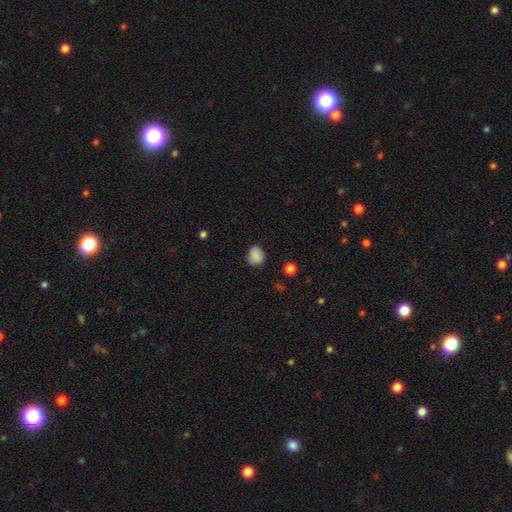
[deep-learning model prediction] Smooth or featured: smooth — 86% (star or artifact — 10%)
How rounded: round — 63% (in between — 36%)
Merging: none — 77% (minor disturbance — 17%)